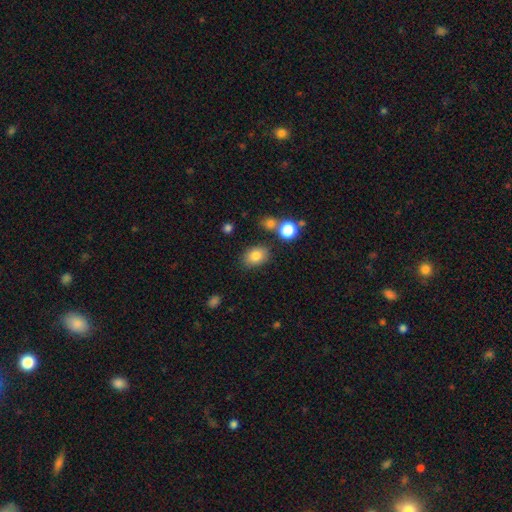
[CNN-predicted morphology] Q: Smooth or featured?
A: smooth (82%); runner-up: star or artifact (10%)
Q: How rounded?
A: in between (70%); runner-up: round (29%)
Q: Merging?
A: none (80%); runner-up: minor disturbance (11%)